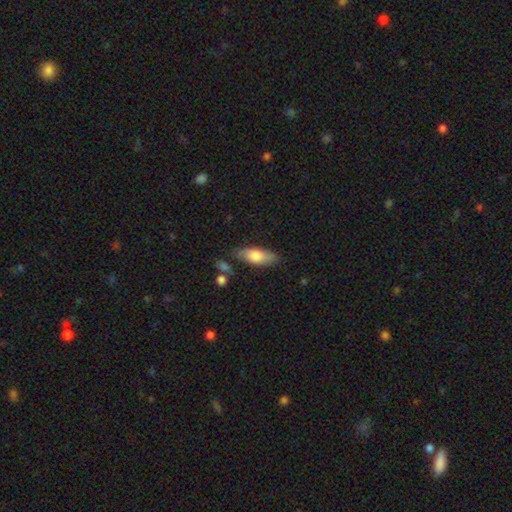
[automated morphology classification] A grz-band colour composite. It shows a smooth galaxy with no disk features (73%) that is in between round and cigar-shaped (68%). Merging: none (78%).